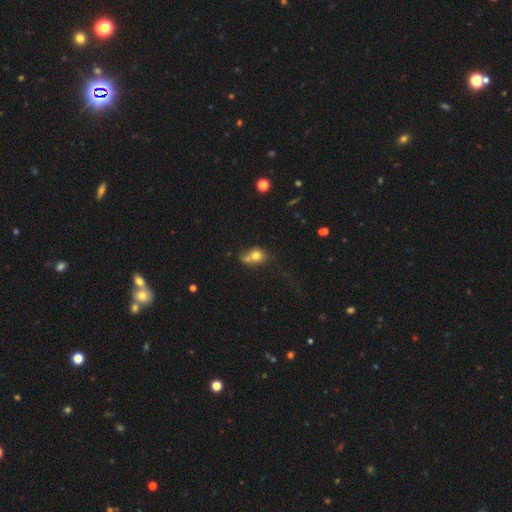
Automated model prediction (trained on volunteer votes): Smooth or featured? Predicted: smooth (p=0.73). How rounded? Predicted: round (p=0.63). Merging? Predicted: merger (p=0.42).